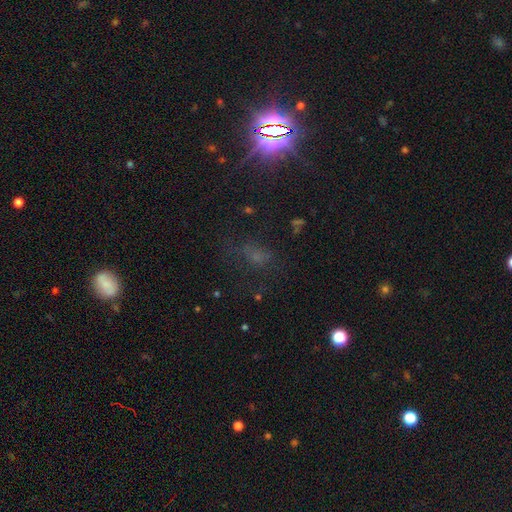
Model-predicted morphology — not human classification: Smooth or featured? star or artifact (52%)